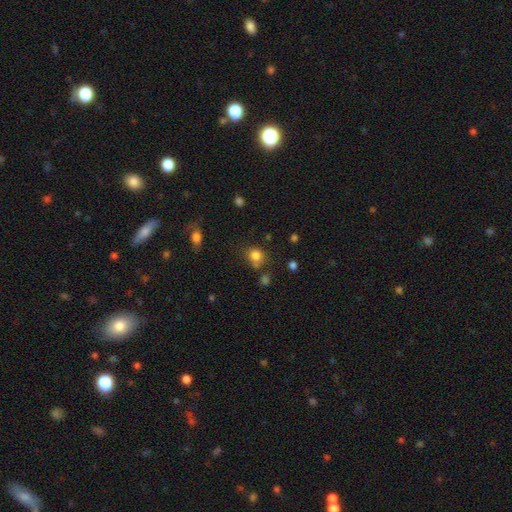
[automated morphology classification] The model was most divided on "merging": none: 66%, minor disturbance: 18%, merger: 10%, major disturbance: 6%. More confident: smooth or featured — smooth (82%); how rounded — round (78%).